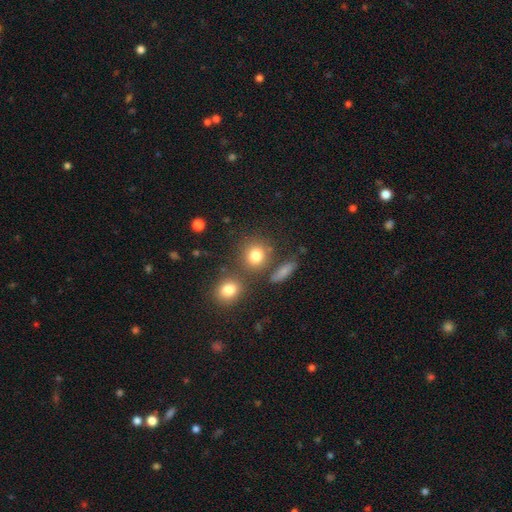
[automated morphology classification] This is likely a smooth galaxy (79%). How rounded: likely round (76%). Merging: likely none (69%).